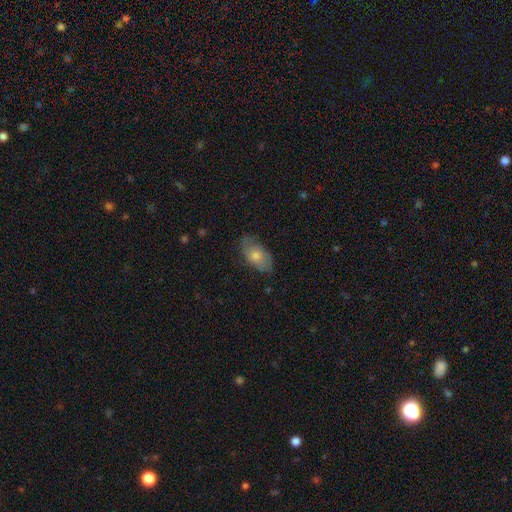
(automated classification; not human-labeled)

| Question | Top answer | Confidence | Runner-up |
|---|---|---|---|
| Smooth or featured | smooth | 54% | featured or disk (37%) |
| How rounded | in between | 90% | round (6%) |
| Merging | none | 75% | minor disturbance (19%) |